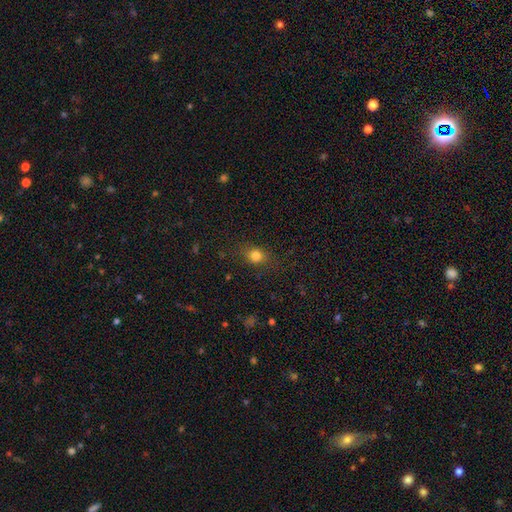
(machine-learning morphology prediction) A smooth galaxy with no disk features (78%) that is round (60%).

Vote fractions:
- Smooth or featured? smooth: 78% / star or artifact: 14% / featured or disk: 8%
- How rounded? round: 60% / in between: 38% / cigar-shaped: 2%
- Merging? none: 81% / minor disturbance: 13% / major disturbance: 5% / merger: 1%